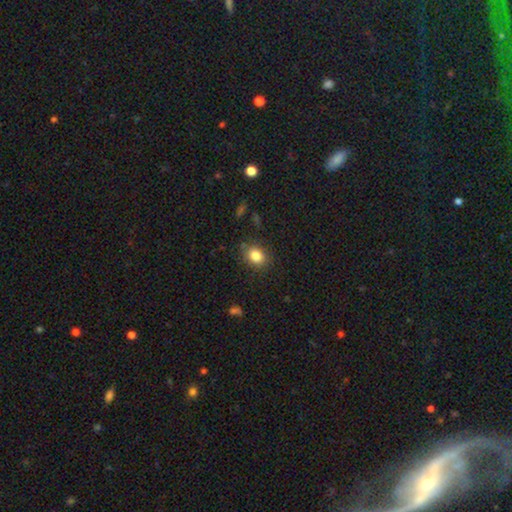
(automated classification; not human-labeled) This is clearly a smooth galaxy (84%). How rounded: possibly in between (53%). Merging: clearly none (84%).